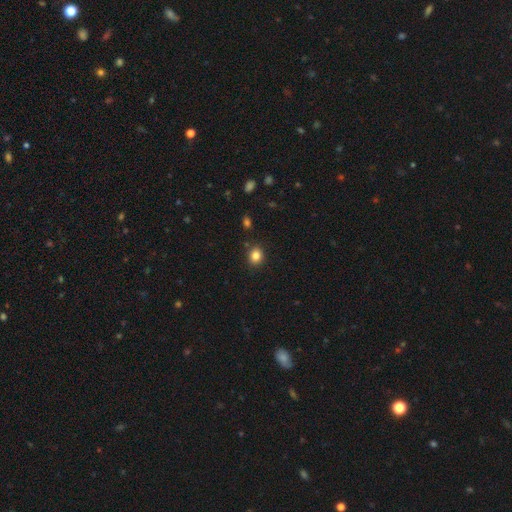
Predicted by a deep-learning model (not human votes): Smooth or featured?
  - smooth: 84% *
  - star or artifact: 11%
  - featured or disk: 5%
How rounded?
  - round: 67% *
  - in between: 32%
  - cigar-shaped: 1%
Merging?
  - none: 87% *
  - minor disturbance: 8%
  - merger: 2%
  - major disturbance: 2%